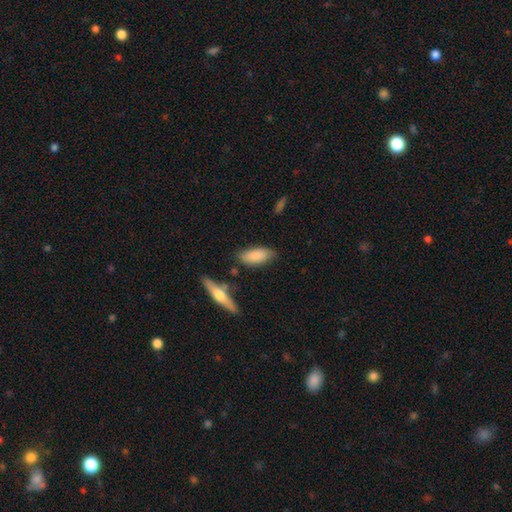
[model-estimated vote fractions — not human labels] Smooth or featured? Predicted: smooth (p=0.83). How rounded? Predicted: in between (p=0.78). Merging? Predicted: none (p=0.75).